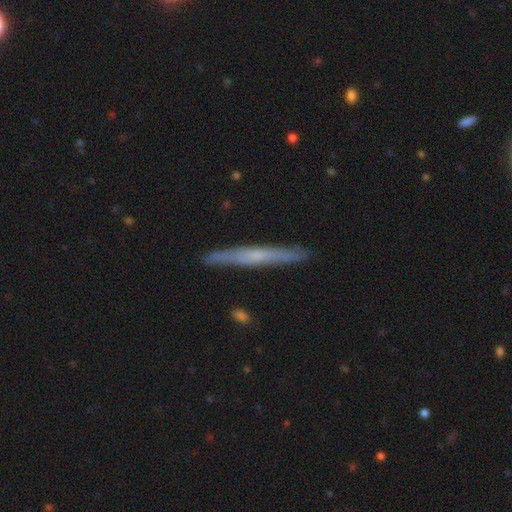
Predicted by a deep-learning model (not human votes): Smooth or featured? Predicted: featured or disk (p=0.56). Edge-on disk? Predicted: yes (p=0.95). Edge-on bulge? Predicted: none (p=0.58). Merging? Predicted: none (p=0.90).